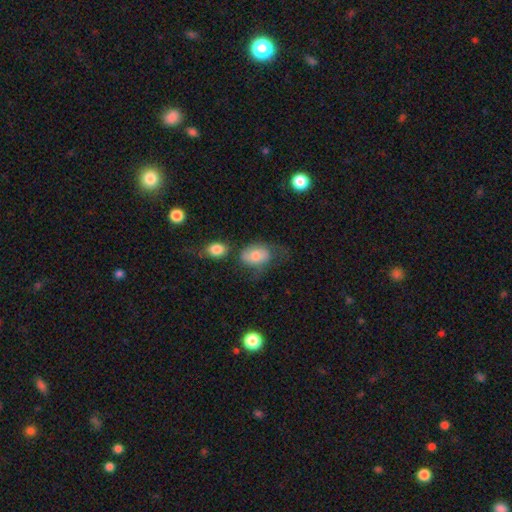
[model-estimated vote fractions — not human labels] Overall: smooth (68%). How rounded: in between (80%). Merging: none (34%; minor disturbance 27%).